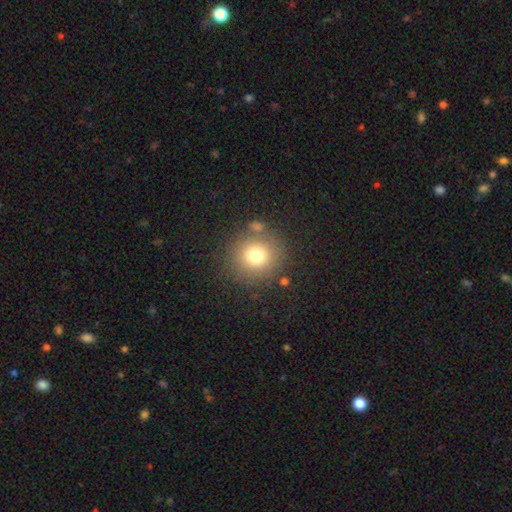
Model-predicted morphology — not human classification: Overall: smooth (75%). How rounded: round (92%). Merging: none (80%).